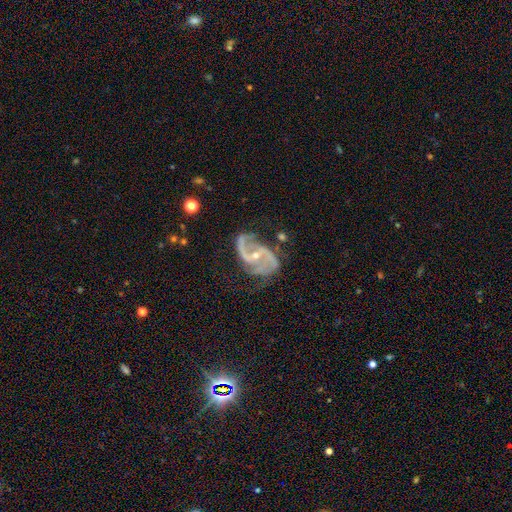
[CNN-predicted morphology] Overall: featured or disk (91%). Edge-on disk: no (98%). Bar: no (46%; weak 35%). Spiral arms: yes (98%). Spiral arm count: 2 (86%). Spiral winding: medium (48%; loose 37%). Bulge size: small (64%; moderate 33%). Merging: none (58%; minor disturbance 23%).